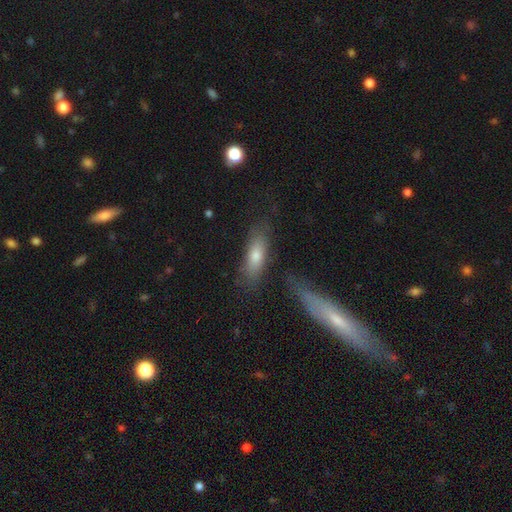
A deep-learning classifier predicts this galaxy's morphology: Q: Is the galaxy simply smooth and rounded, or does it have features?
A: smooth — 68%.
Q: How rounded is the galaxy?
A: in between — 56%.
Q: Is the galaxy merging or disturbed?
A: none — 66%.